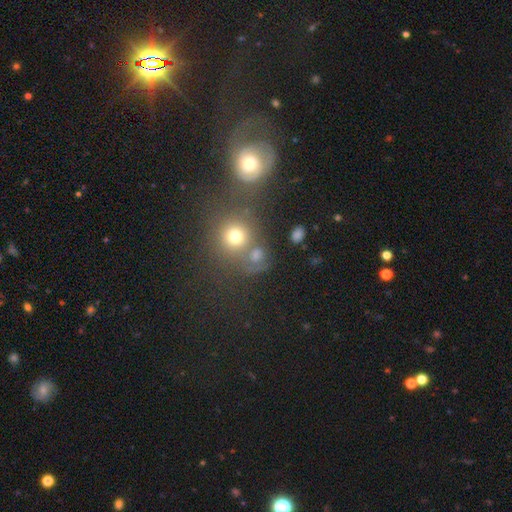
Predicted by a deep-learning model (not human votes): Q: Smooth or featured?
A: smooth (63%); runner-up: star or artifact (23%)
Q: How rounded?
A: round (79%); runner-up: in between (20%)
Q: Merging?
A: none (57%); runner-up: merger (24%)